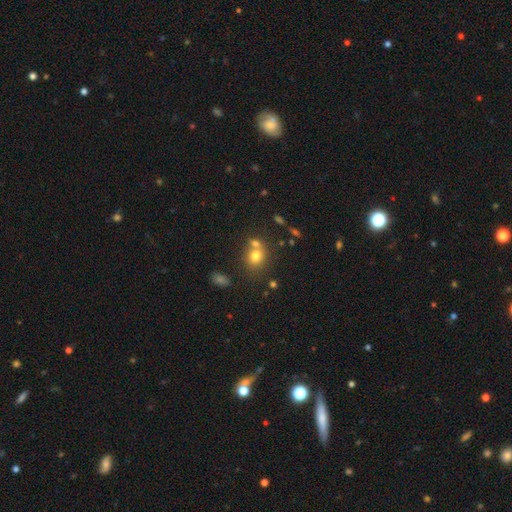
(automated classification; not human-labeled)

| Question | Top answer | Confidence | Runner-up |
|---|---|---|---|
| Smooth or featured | smooth | 73% | star or artifact (13%) |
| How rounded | round | 63% | in between (36%) |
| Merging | none | 47% | merger (39%) |